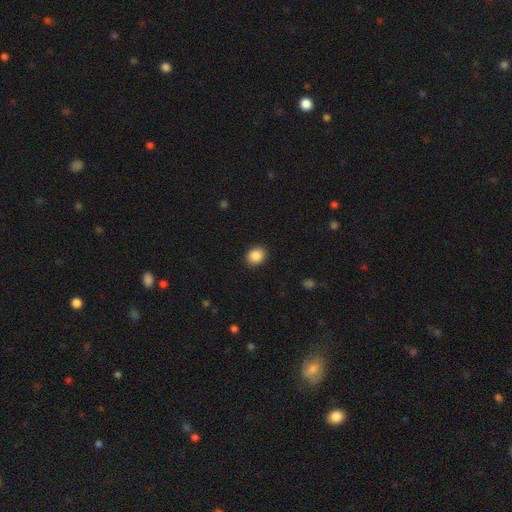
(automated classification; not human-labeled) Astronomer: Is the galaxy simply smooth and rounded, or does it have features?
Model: smooth — 88%.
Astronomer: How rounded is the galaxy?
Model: round — 62% (runner-up: in between, 38%).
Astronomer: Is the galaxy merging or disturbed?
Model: none — 91%.